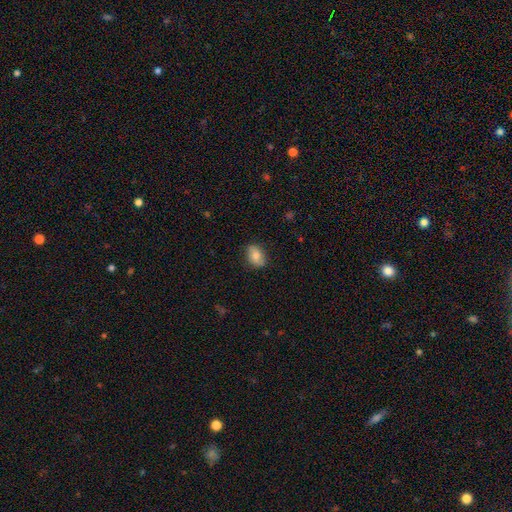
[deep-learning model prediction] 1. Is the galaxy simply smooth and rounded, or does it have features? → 73% smooth, 19% featured or disk, 8% star or artifact.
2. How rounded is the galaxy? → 80% in between, 18% round, 2% cigar-shaped.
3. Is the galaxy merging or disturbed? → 82% none, 14% minor disturbance, 3% major disturbance, 1% merger.